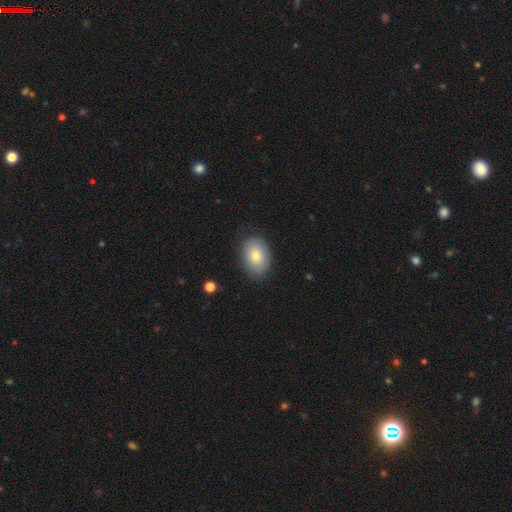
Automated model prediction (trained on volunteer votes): smooth 79%, featured or disk 13%, star or artifact 8%. Down the decision tree: how rounded — in between (76%); merging — none (85%).